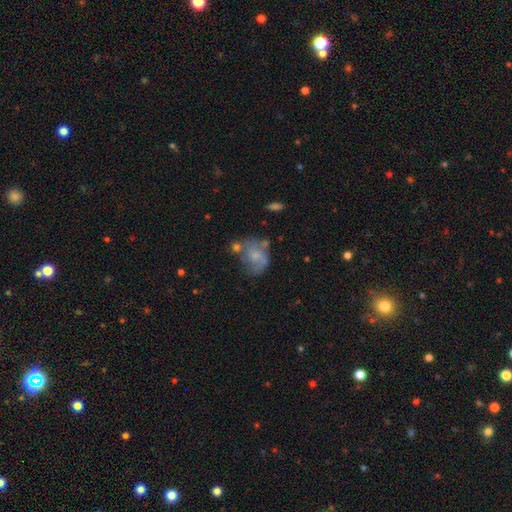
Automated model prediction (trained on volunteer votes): smooth_or_featured: smooth (p=0.54) [alt: featured or disk p=0.36]
how_rounded: in between (p=0.52) [alt: round p=0.47]
merging: none (p=0.36) [alt: minor disturbance p=0.26]